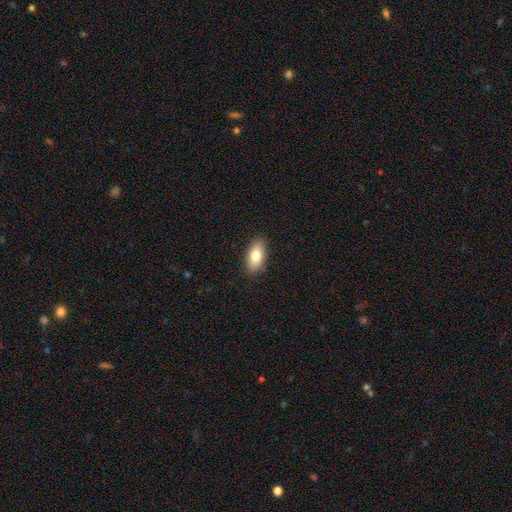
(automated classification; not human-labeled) A smooth galaxy with no disk features (80%) that is in between round and cigar-shaped (89%).

Vote fractions:
- Smooth or featured? smooth: 80% / featured or disk: 13% / star or artifact: 7%
- How rounded? in between: 89% / cigar-shaped: 7% / round: 4%
- Merging? none: 88% / minor disturbance: 9% / major disturbance: 2% / merger: 1%